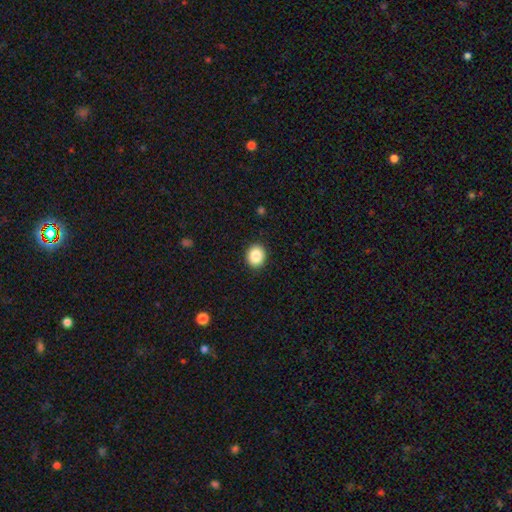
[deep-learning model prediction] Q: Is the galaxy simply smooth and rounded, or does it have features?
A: smooth — 87%.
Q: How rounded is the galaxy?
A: round — 66%.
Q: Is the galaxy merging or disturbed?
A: none — 91%.